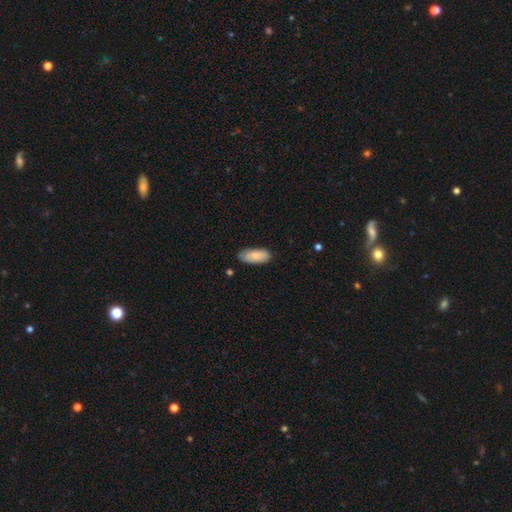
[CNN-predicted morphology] This is clearly a smooth galaxy (84%). How rounded: clearly in between (85%). Merging: clearly none (80%).